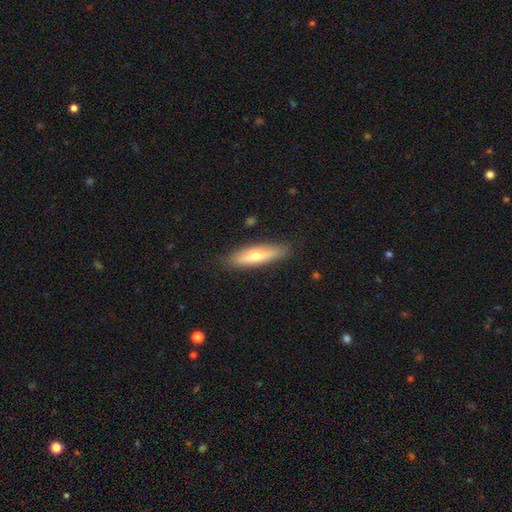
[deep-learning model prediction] smooth_or_featured: smooth (p=0.51) [alt: featured or disk p=0.42]
how_rounded: cigar-shaped (p=0.74) [alt: in between p=0.24]
merging: none (p=0.88) [alt: minor disturbance p=0.09]